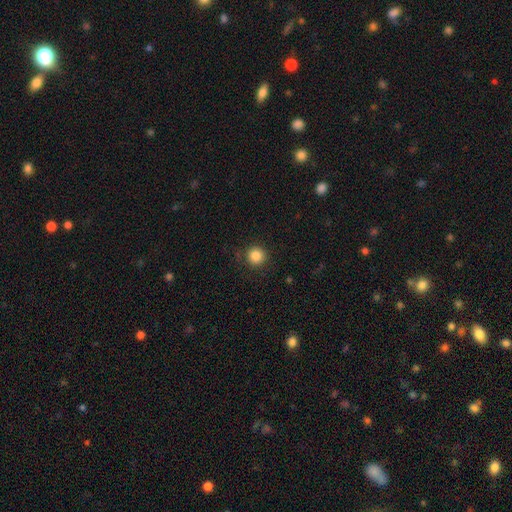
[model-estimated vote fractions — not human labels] Smooth or featured? smooth (85%)
How rounded? round (94%)
Merging? none (89%)